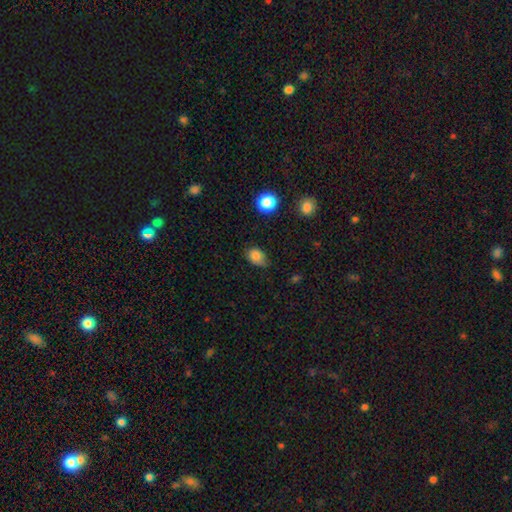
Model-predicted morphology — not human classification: This is clearly a smooth galaxy (82%). How rounded: likely in between (66%). Merging: possibly none (55%).